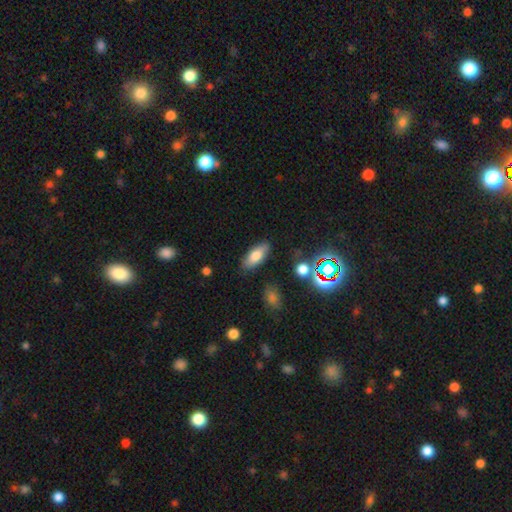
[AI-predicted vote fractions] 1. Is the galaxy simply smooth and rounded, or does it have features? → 76% smooth, 14% featured or disk, 10% star or artifact.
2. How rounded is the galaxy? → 81% in between, 16% cigar-shaped, 3% round.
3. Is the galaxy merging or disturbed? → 83% none, 12% minor disturbance, 3% major disturbance, 2% merger.